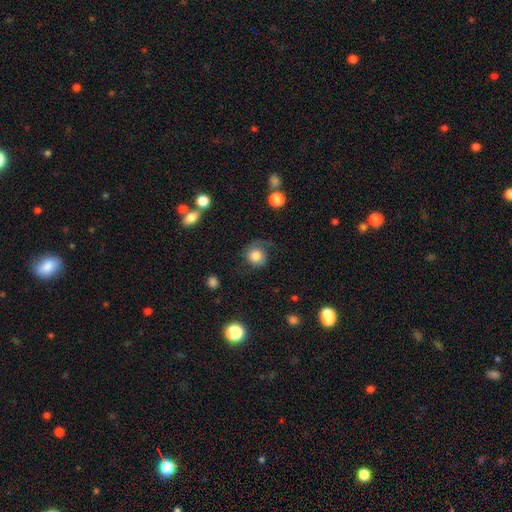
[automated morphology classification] type=smooth (68%); roundness=round (82%); merging=none (50%).